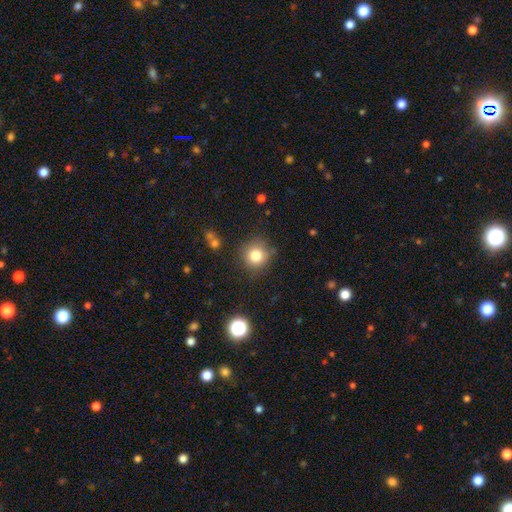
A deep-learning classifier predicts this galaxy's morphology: The model was most divided on "smooth or featured": smooth: 80%, star or artifact: 13%, featured or disk: 8%. More confident: how rounded — round (92%); merging — none (82%).